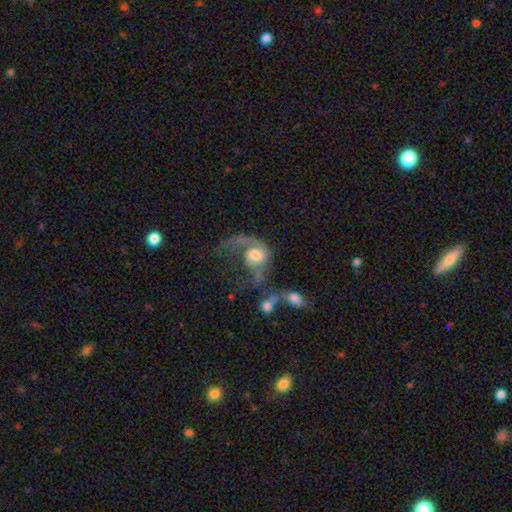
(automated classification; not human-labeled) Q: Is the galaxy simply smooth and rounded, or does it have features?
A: featured or disk — 64%.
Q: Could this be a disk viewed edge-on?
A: no — 97%.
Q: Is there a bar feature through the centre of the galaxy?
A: no — 74%.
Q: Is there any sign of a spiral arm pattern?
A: yes — 78%.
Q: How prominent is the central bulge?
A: moderate — 52%.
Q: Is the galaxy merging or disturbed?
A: major disturbance — 48%.